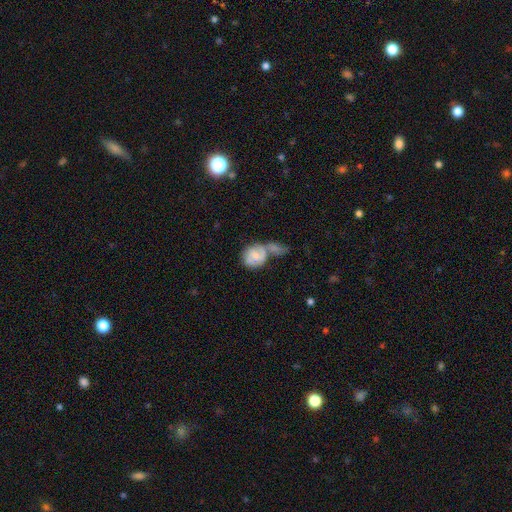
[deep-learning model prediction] smooth 58%, featured or disk 35%, star or artifact 7%. Down the decision tree: how rounded — round (60%); merging — merger (52%).